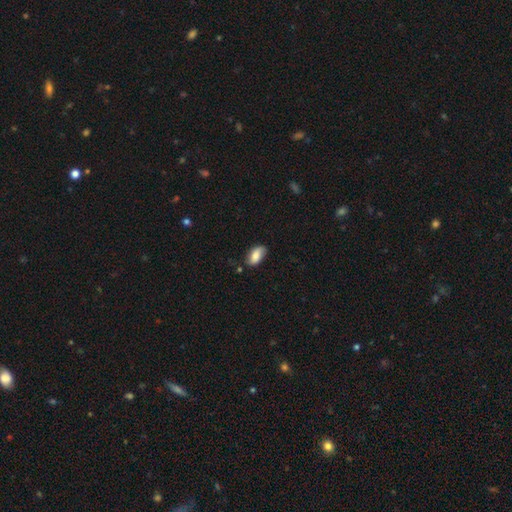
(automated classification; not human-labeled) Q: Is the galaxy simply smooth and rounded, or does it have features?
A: smooth — 72%.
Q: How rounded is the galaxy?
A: in between — 93%.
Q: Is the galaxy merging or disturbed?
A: none — 70%.